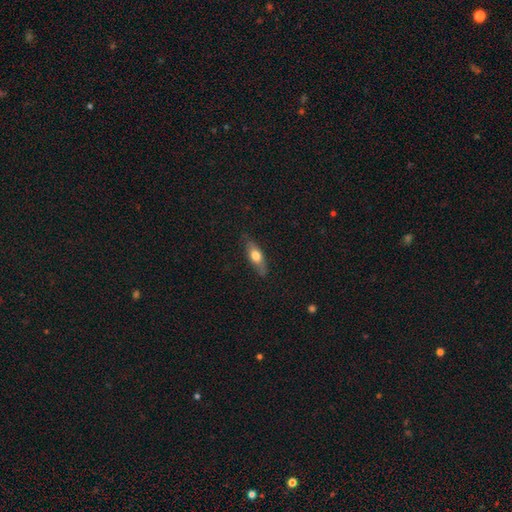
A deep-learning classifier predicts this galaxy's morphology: smooth 62%, featured or disk 31%, star or artifact 6%. Down the decision tree: how rounded — in between (61%); merging — none (81%).